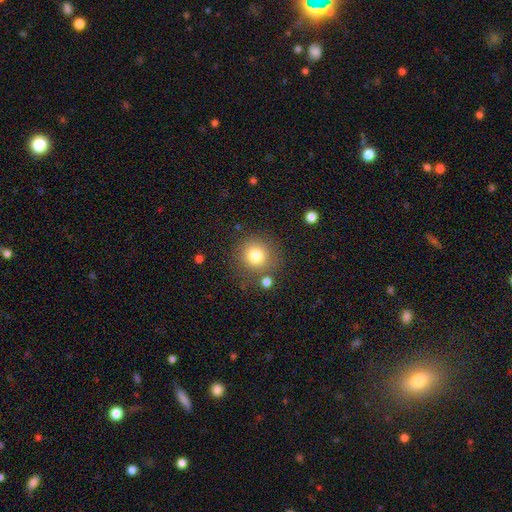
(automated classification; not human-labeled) This is likely a smooth galaxy (79%). How rounded: clearly round (92%). Merging: likely none (78%).